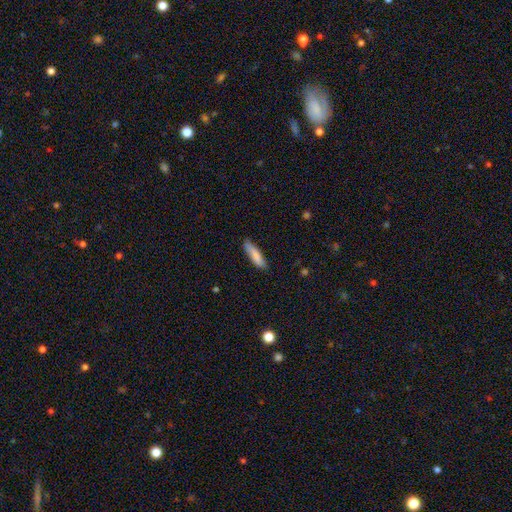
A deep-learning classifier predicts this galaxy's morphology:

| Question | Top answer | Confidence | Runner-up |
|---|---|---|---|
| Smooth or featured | smooth | 84% | featured or disk (10%) |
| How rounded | cigar-shaped | 76% | in between (23%) |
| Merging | none | 79% | minor disturbance (17%) |